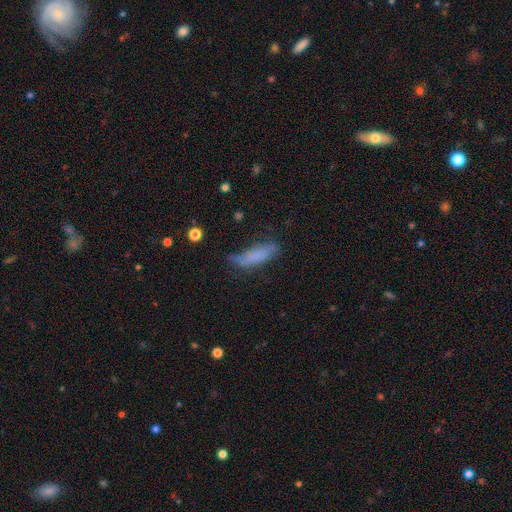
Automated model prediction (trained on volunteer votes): Overall: smooth (74%). How rounded: cigar-shaped (61%; in between 37%). Merging: none (52%; minor disturbance 33%).